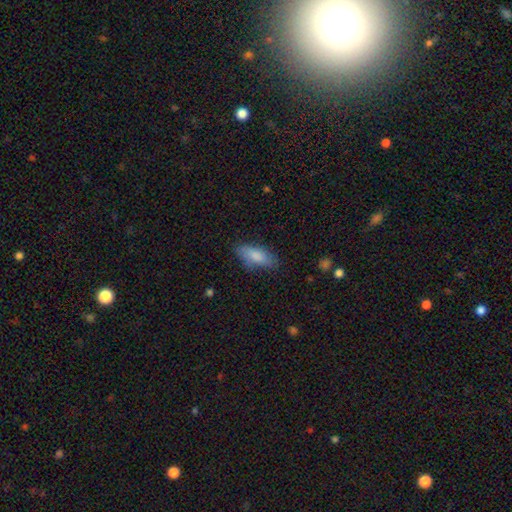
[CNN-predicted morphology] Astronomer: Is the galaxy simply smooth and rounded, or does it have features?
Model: smooth — 83%.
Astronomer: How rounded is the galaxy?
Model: in between — 72%.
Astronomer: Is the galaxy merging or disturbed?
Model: none — 76%.